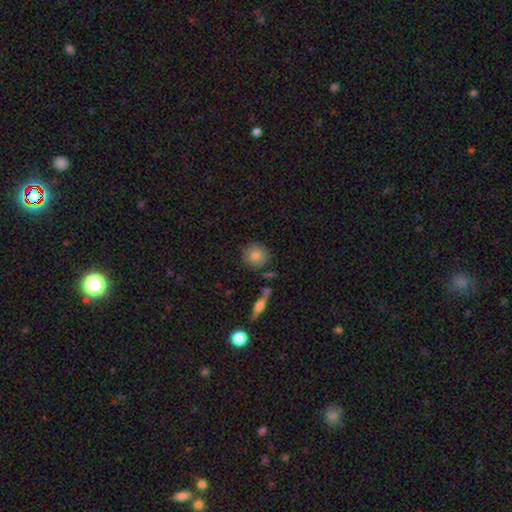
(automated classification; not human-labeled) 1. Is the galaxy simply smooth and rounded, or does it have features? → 82% smooth, 10% featured or disk, 8% star or artifact.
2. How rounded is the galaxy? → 91% round, 8% in between, 1% cigar-shaped.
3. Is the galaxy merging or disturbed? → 82% none, 10% minor disturbance, 5% merger, 3% major disturbance.